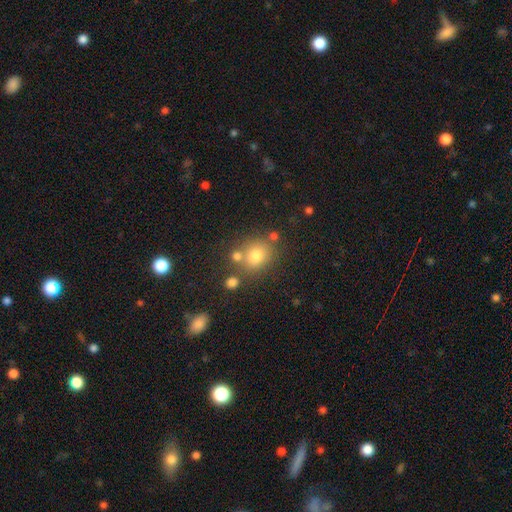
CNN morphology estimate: Smooth or featured? smooth (74%)
How rounded? round (73%)
Merging? none (67%)